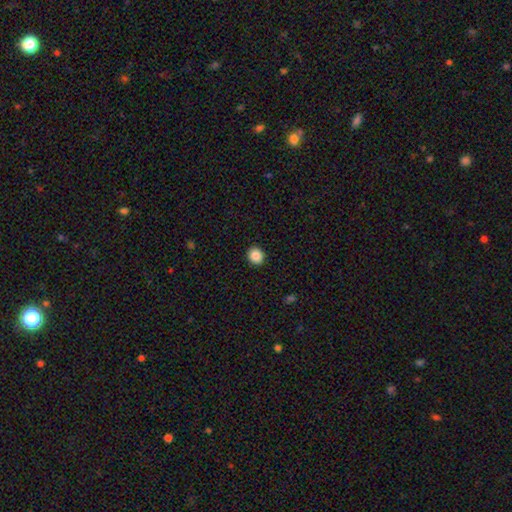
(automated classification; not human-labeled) smooth-or-featured: smooth: 88% | star or artifact: 9% | featured or disk: 3%
  how-rounded: round: 76% | in between: 23% | cigar-shaped: 1%
  merging: none: 92% | minor disturbance: 5% | major disturbance: 2% | merger: 1%